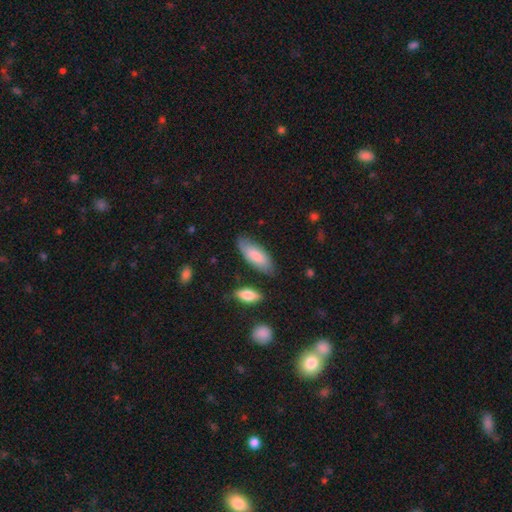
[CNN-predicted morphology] Smooth or featured: smooth — 80% (featured or disk — 14%)
How rounded: in between — 79% (cigar-shaped — 20%)
Merging: none — 75% (minor disturbance — 18%)